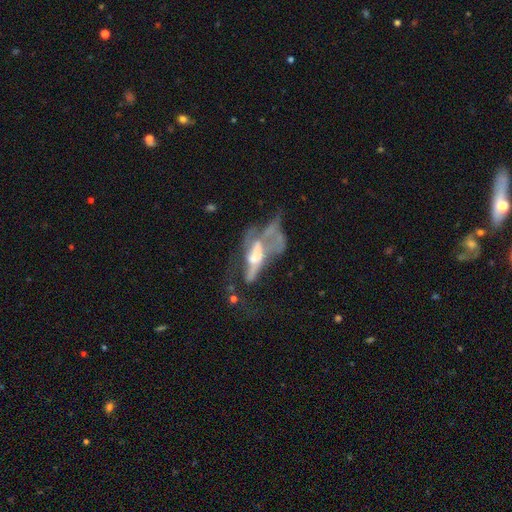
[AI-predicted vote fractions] Q: Smooth or featured?
A: featured or disk (65%); runner-up: smooth (24%)
Q: Edge-on disk?
A: no (80%); runner-up: yes (20%)
Q: Bar?
A: no (67%); runner-up: weak (21%)
Q: Spiral arms?
A: no (74%); runner-up: yes (26%)
Q: Bulge size?
A: moderate (42%); runner-up: large (22%)
Q: Merging?
A: major disturbance (49%); runner-up: merger (25%)